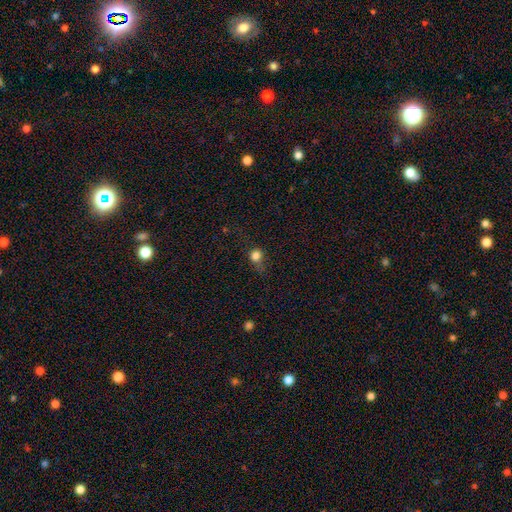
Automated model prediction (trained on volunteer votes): This appears to be a smooth galaxy with no disk features (77%) that is round (80%). Merging: none (56%).